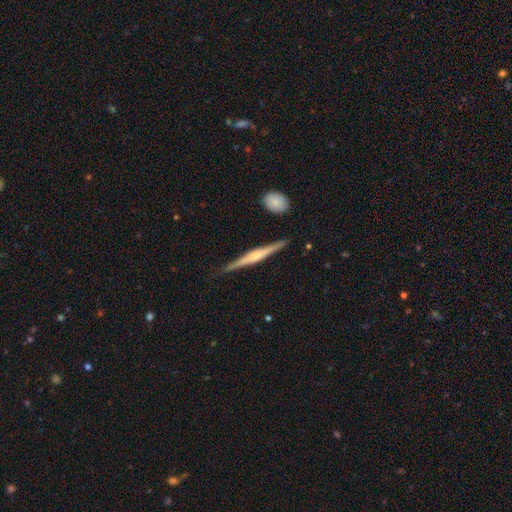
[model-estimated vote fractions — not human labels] This appears to be a featured or disk galaxy (76%) viewed edge-on (98%) with a rounded central bulge (67%). Merging: none (88%).